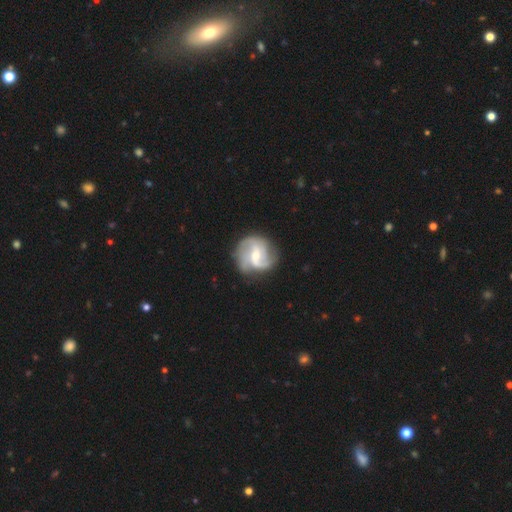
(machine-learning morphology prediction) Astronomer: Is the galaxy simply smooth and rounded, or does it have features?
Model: featured or disk — 86%.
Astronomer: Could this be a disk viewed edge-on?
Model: no — 98%.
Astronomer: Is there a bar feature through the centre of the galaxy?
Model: weak — 50% (runner-up: no, 32%).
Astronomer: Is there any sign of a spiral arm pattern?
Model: yes — 96%.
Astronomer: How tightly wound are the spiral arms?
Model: medium — 49% (runner-up: loose, 32%).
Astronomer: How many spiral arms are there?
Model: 2 — 54%.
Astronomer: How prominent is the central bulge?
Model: moderate — 52% (runner-up: small, 43%).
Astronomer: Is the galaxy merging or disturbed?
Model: none — 72%.